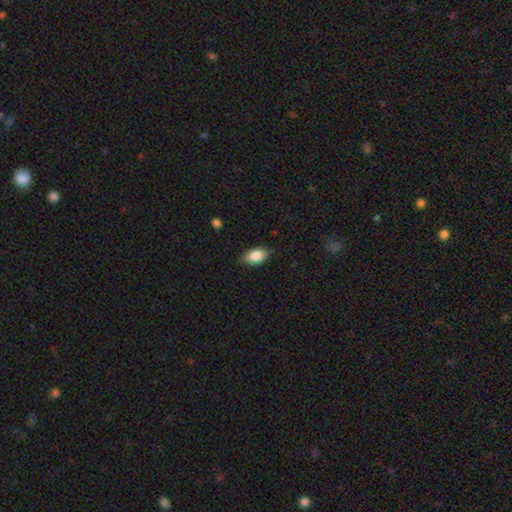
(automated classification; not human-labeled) smooth 82%, featured or disk 11%, star or artifact 7%. Down the decision tree: how rounded — in between (89%); merging — none (82%).